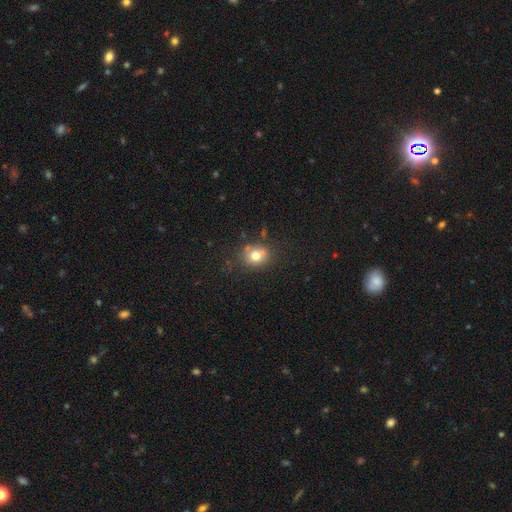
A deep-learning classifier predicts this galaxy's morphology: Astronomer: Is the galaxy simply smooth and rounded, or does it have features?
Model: smooth — 75%.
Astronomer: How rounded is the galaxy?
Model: round — 66%.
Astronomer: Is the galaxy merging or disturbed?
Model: none — 71%.